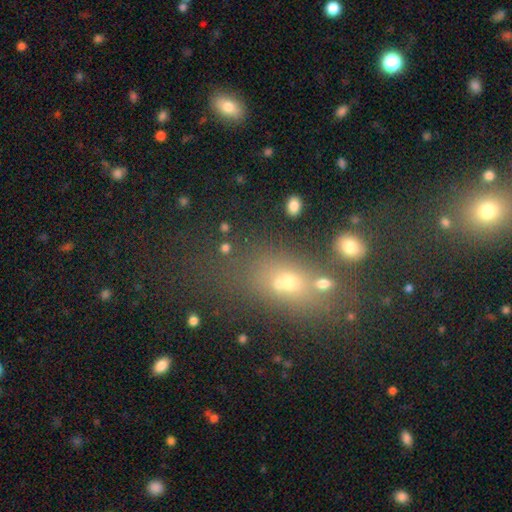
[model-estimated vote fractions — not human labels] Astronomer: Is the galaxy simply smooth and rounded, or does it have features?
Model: smooth — 52% (runner-up: star or artifact, 32%).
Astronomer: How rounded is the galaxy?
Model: in between — 58%.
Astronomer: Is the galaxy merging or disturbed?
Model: none — 59%.